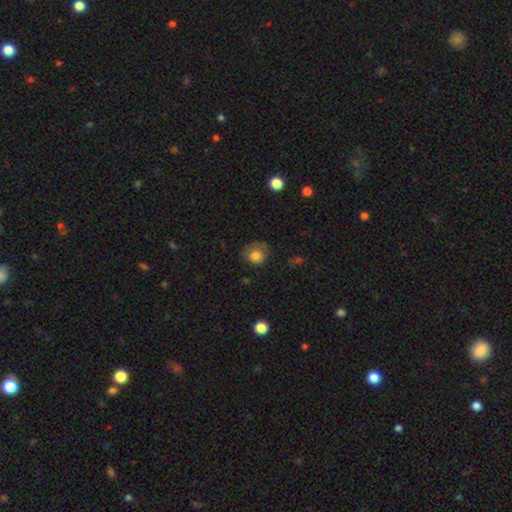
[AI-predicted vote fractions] Morphology: type=smooth (77%); roundness=round (80%); merging=none (57%).